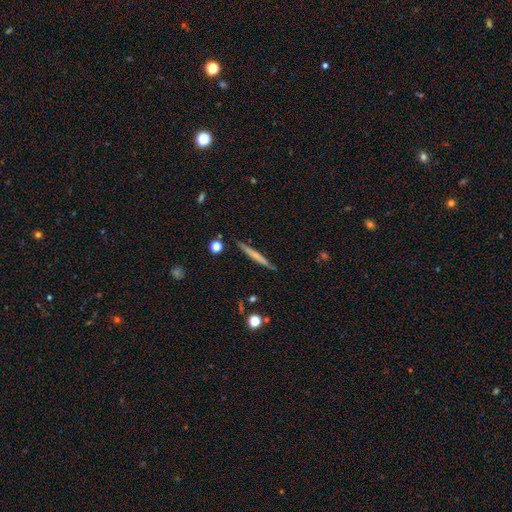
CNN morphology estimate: Q: Smooth or featured?
A: smooth (51%); runner-up: featured or disk (43%)
Q: How rounded?
A: cigar-shaped (96%); runner-up: in between (2%)
Q: Merging?
A: none (89%); runner-up: minor disturbance (8%)